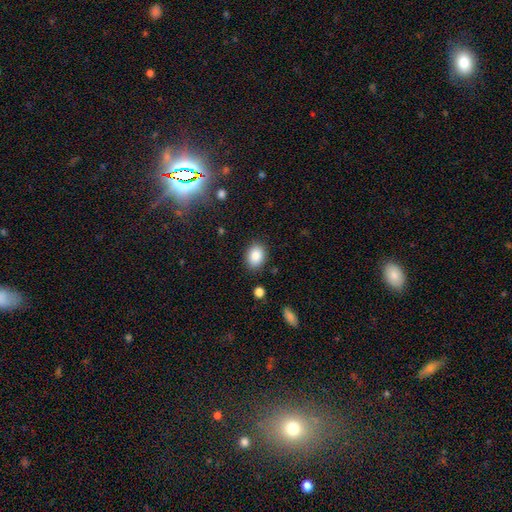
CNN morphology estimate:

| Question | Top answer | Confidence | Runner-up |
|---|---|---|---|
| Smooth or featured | smooth | 87% | star or artifact (8%) |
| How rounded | in between | 71% | round (28%) |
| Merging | none | 86% | minor disturbance (10%) |